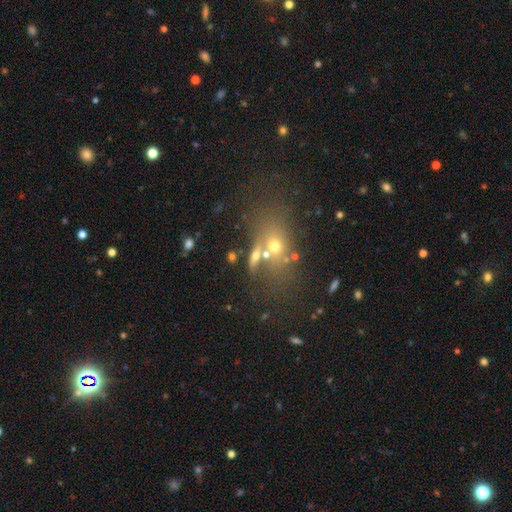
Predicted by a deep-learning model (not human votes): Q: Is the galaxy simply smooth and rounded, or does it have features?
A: smooth — 55%.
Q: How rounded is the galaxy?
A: in between — 58%.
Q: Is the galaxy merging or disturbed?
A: none — 47%.